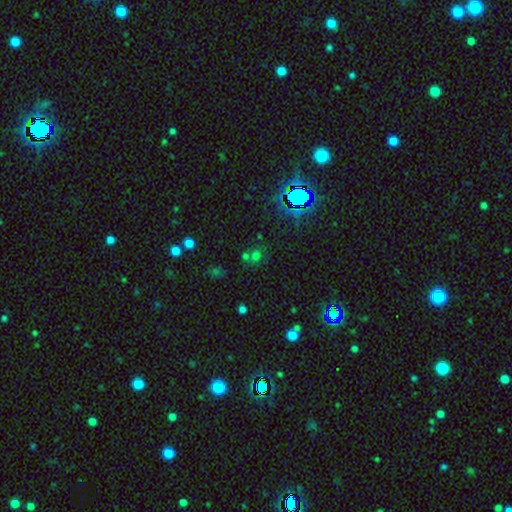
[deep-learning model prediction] smooth-or-featured: smooth: 47% | star or artifact: 42% | featured or disk: 11%
  merging: none: 58% | merger: 24% | minor disturbance: 12% | major disturbance: 7%